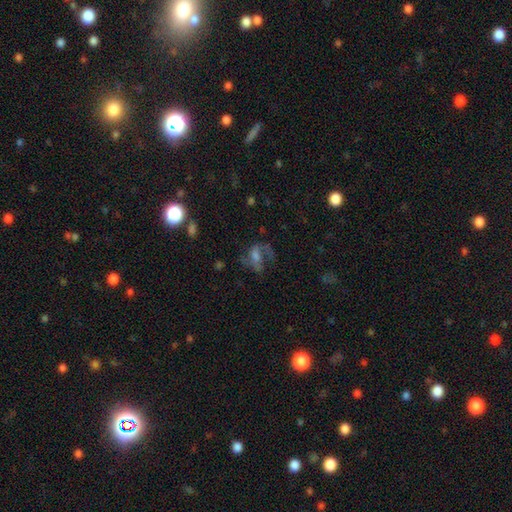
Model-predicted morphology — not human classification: Overall: featured or disk (55%; smooth 29%). Edge-on disk: no (96%). Bar: no (45%; weak 39%). Spiral arms: yes (72%). Bulge size: moderate (36%; small 28%). Merging: none (44%; major disturbance 34%).